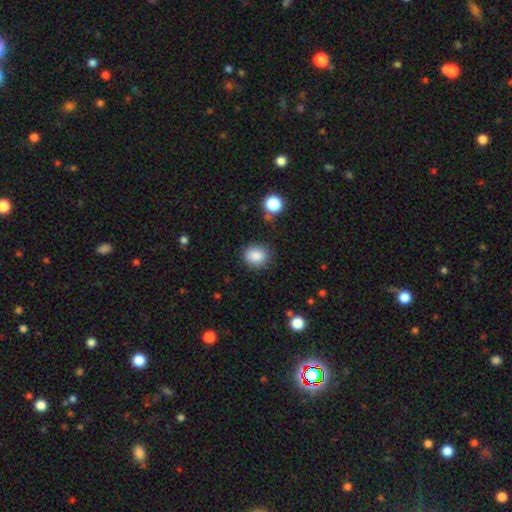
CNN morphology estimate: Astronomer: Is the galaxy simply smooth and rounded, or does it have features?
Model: smooth — 87%.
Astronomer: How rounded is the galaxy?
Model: round — 68%.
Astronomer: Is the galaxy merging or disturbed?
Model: none — 84%.